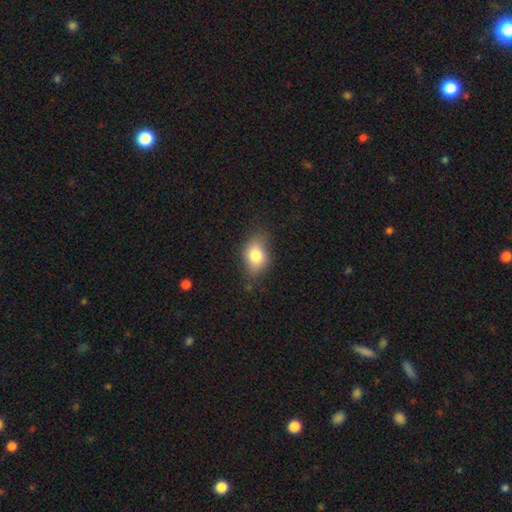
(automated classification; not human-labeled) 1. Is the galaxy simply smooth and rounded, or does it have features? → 79% smooth, 12% featured or disk, 9% star or artifact.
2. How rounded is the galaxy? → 75% in between, 23% round, 2% cigar-shaped.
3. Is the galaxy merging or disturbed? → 71% none, 22% minor disturbance, 5% major disturbance, 1% merger.